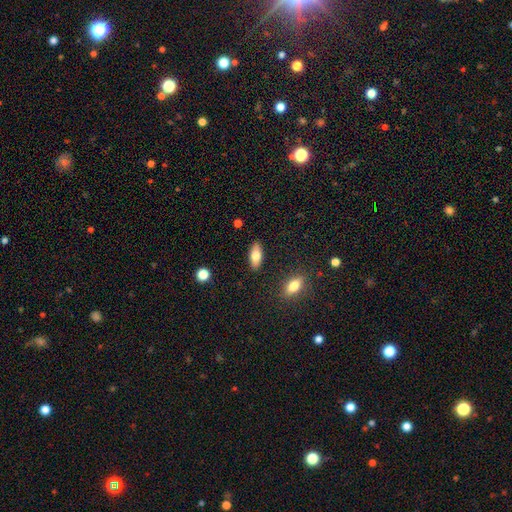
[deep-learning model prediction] smooth-or-featured: smooth: 74% | featured or disk: 20% | star or artifact: 7%
  how-rounded: in between: 81% | cigar-shaped: 16% | round: 3%
  merging: none: 88% | minor disturbance: 9% | major disturbance: 2% | merger: 2%